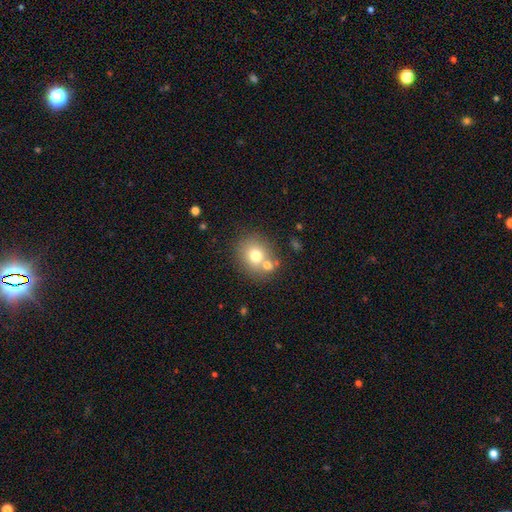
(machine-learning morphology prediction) Smooth or featured? Predicted: smooth (p=0.72). How rounded? Predicted: round (p=0.74). Merging? Predicted: none (p=0.63).